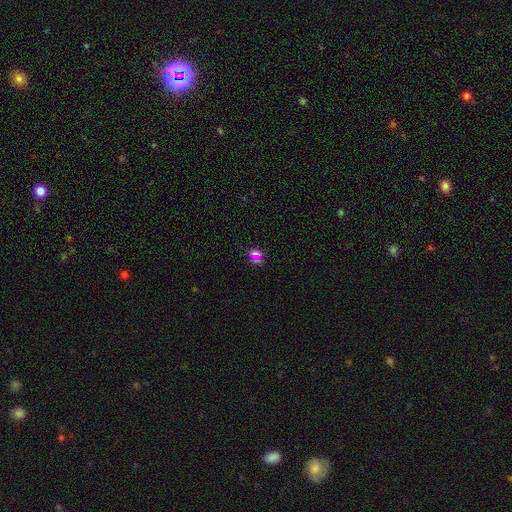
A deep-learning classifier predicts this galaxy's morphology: This is possibly a smooth galaxy (50%). How rounded: likely round (77%). Merging: likely none (72%).